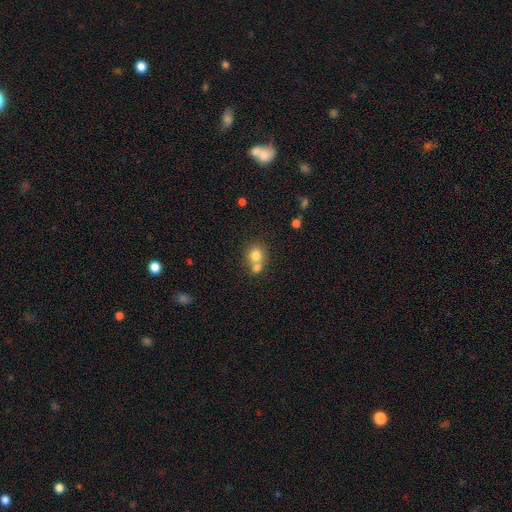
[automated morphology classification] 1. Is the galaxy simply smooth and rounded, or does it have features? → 78% smooth, 11% featured or disk, 11% star or artifact.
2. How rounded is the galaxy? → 83% round, 16% in between, 1% cigar-shaped.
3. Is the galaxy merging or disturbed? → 48% merger, 43% none, 7% minor disturbance, 3% major disturbance.